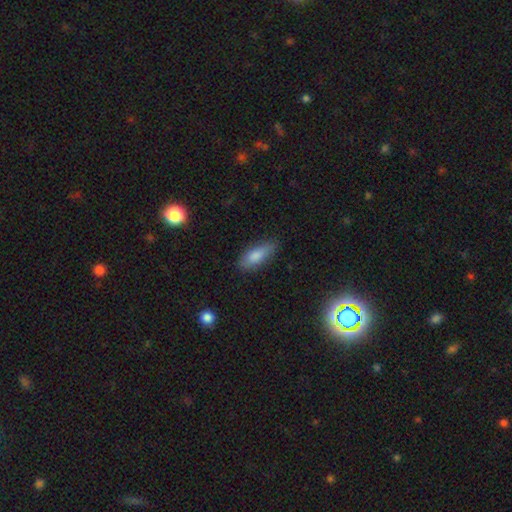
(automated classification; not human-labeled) smooth-or-featured: smooth: 80% | featured or disk: 12% | star or artifact: 8%
  how-rounded: in between: 66% | cigar-shaped: 32% | round: 3%
  merging: none: 80% | minor disturbance: 16% | major disturbance: 3% | merger: 1%